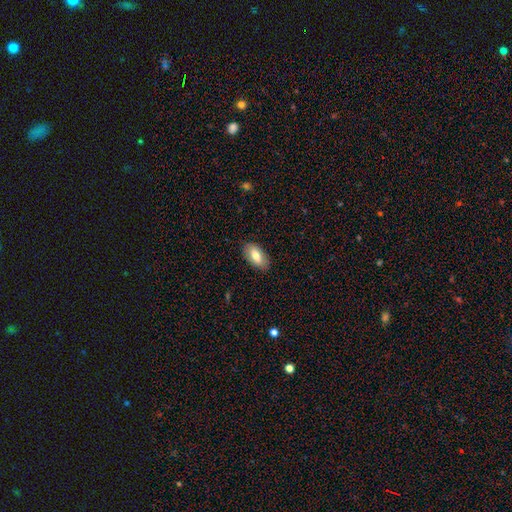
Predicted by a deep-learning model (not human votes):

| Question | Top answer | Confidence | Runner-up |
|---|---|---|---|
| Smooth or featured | smooth | 76% | featured or disk (17%) |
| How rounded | in between | 93% | cigar-shaped (4%) |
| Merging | none | 87% | minor disturbance (10%) |